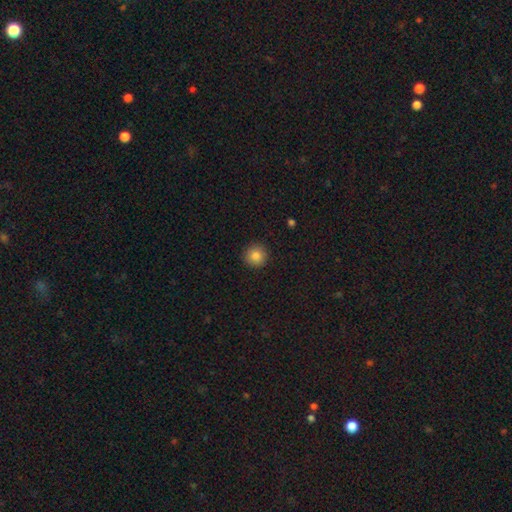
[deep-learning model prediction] Overall: smooth (86%). How rounded: round (95%). Merging: none (92%).